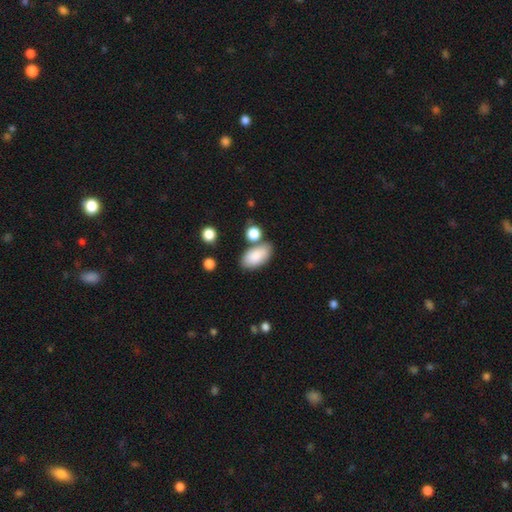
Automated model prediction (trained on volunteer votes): A smooth galaxy with no disk features (85%) that is in between round and cigar-shaped (94%).

Vote fractions:
- Smooth or featured? smooth: 85% / featured or disk: 8% / star or artifact: 7%
- How rounded? in between: 94% / round: 3% / cigar-shaped: 3%
- Merging? none: 68% / merger: 14% / minor disturbance: 14% / major disturbance: 4%